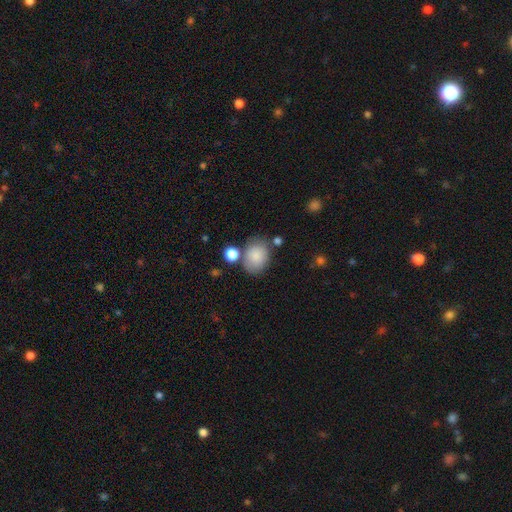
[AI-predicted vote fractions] Smooth or featured? Predicted: smooth (p=0.85). How rounded? Predicted: in between (p=0.63). Merging? Predicted: none (p=0.65).